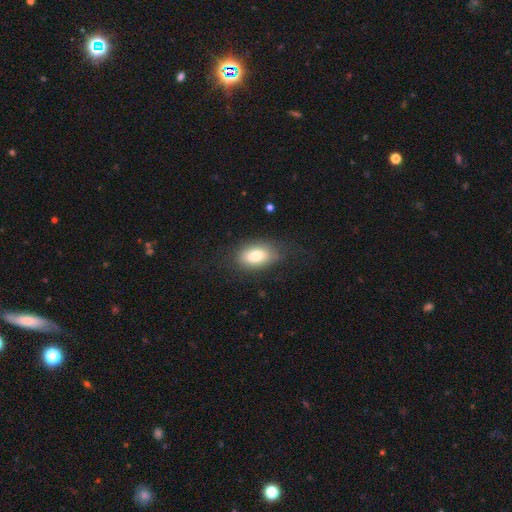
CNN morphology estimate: The model was most divided on "merging": none: 75%, minor disturbance: 16%, major disturbance: 7%, merger: 1%. More confident: how rounded — in between (90%); smooth or featured — smooth (81%).